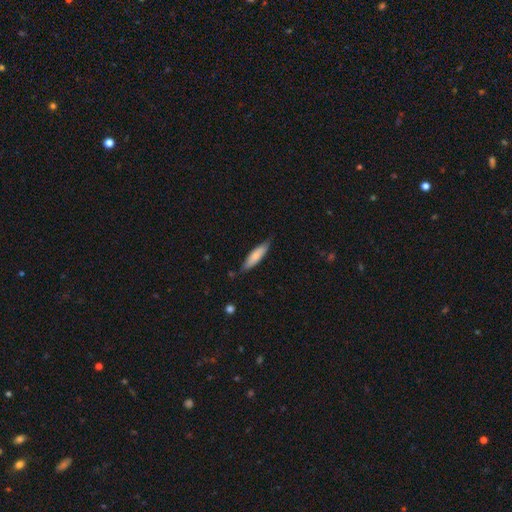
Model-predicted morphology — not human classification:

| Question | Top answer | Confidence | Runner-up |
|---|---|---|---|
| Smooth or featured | smooth | 75% | featured or disk (20%) |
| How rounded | cigar-shaped | 69% | in between (30%) |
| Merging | none | 76% | minor disturbance (19%) |